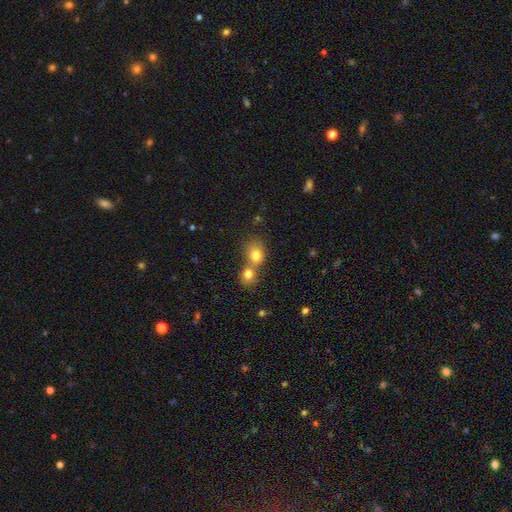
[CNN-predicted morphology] The model was most divided on "how rounded": round: 63%, in between: 36%, cigar-shaped: 1%. More confident: smooth or featured — smooth (78%); merging — merger (59%).